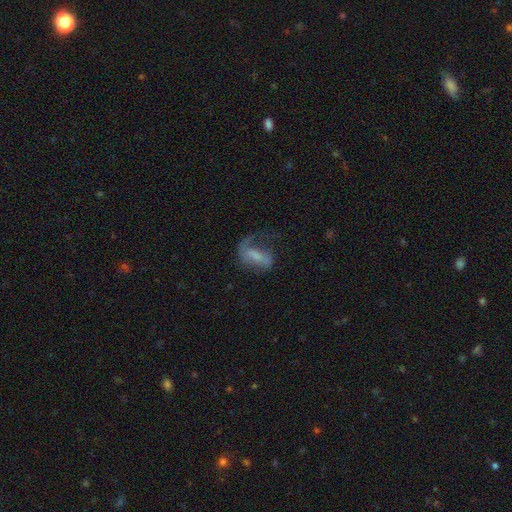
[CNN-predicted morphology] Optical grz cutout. It shows a featured or disk galaxy (54%) with a weak bar (35%), spiral arms (71%) and no central bulge (41%). Merging: major disturbance (46%).